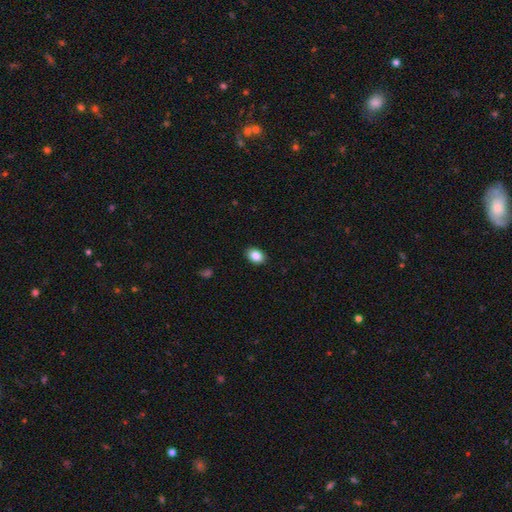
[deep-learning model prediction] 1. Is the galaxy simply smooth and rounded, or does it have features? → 87% smooth, 8% star or artifact, 5% featured or disk.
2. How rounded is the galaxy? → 73% in between, 26% round, 1% cigar-shaped.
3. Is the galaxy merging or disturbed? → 90% none, 7% minor disturbance, 2% major disturbance, 1% merger.